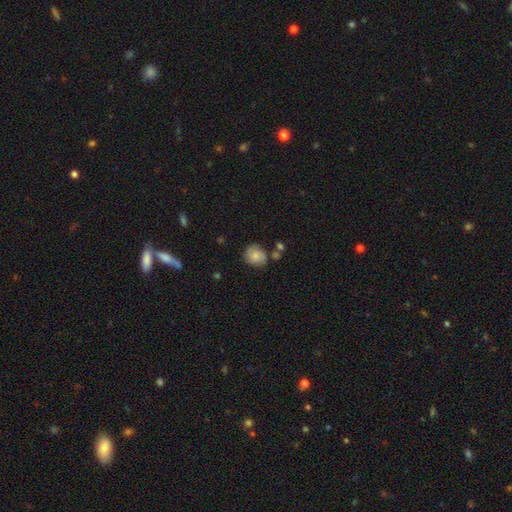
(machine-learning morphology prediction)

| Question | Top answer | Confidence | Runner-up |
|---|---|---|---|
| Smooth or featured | smooth | 69% | featured or disk (22%) |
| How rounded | round | 72% | in between (27%) |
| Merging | none | 61% | minor disturbance (24%) |